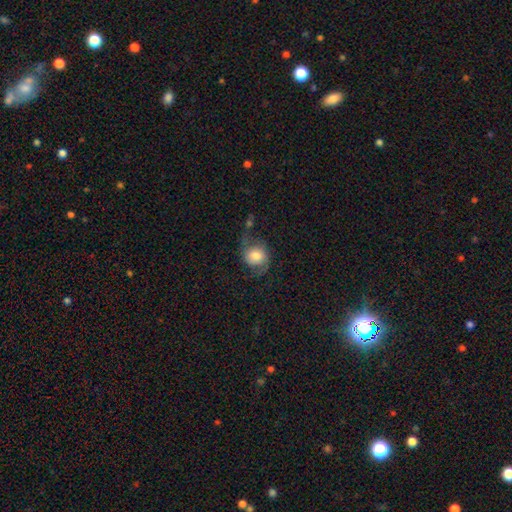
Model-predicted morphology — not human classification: This is possibly a smooth galaxy (50%). How rounded: likely round (76%). Merging: possibly none (52%).